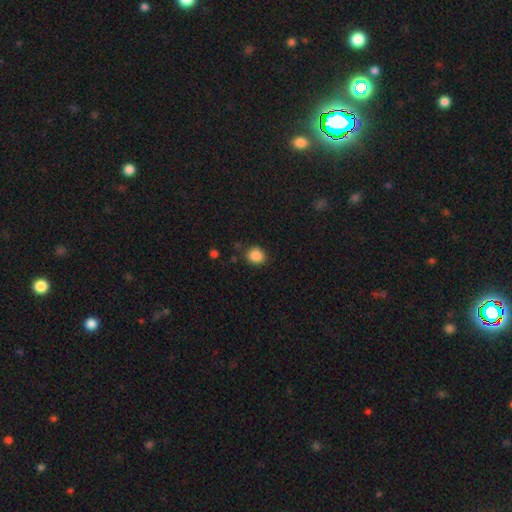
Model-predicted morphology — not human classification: smooth-or-featured: smooth: 87% | star or artifact: 9% | featured or disk: 4%
  how-rounded: round: 73% | in between: 26% | cigar-shaped: 1%
  merging: none: 82% | minor disturbance: 12% | major disturbance: 3% | merger: 2%